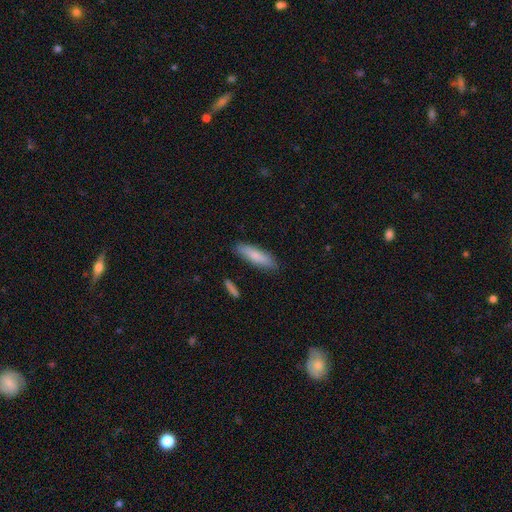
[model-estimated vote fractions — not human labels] smooth 76%, featured or disk 18%, star or artifact 6%. Down the decision tree: how rounded — cigar-shaped (70%); merging — none (86%).